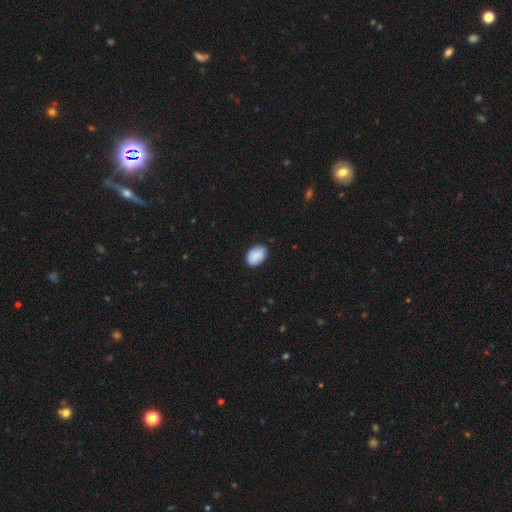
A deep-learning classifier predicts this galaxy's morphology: Smooth or featured? Predicted: smooth (p=0.88). How rounded? Predicted: in between (p=0.81). Merging? Predicted: none (p=0.85).